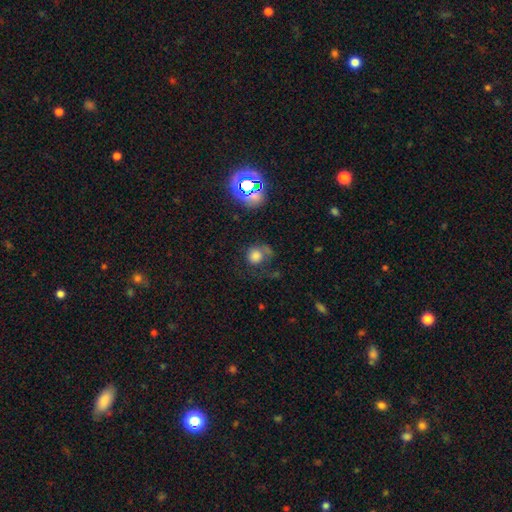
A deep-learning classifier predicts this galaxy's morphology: Smooth or featured?
  - smooth: 71% *
  - star or artifact: 16%
  - featured or disk: 14%
How rounded?
  - round: 81% *
  - in between: 18%
  - cigar-shaped: 1%
Merging?
  - none: 41% *
  - major disturbance: 29%
  - minor disturbance: 21%
  - merger: 8%